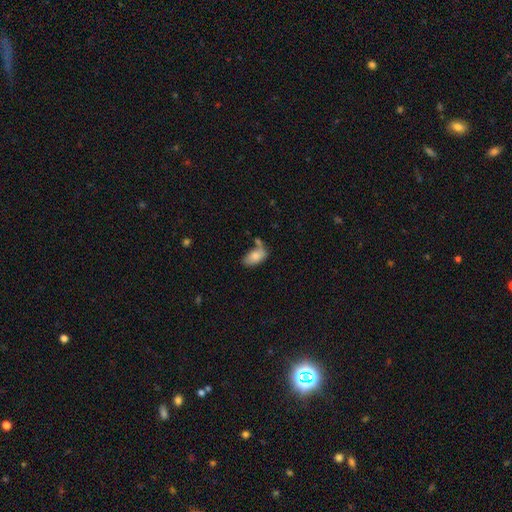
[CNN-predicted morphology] Smooth or featured?
  - smooth: 79% *
  - featured or disk: 14%
  - star or artifact: 8%
How rounded?
  - in between: 93% *
  - round: 4%
  - cigar-shaped: 3%
Merging?
  - none: 45% *
  - minor disturbance: 23%
  - merger: 22%
  - major disturbance: 11%